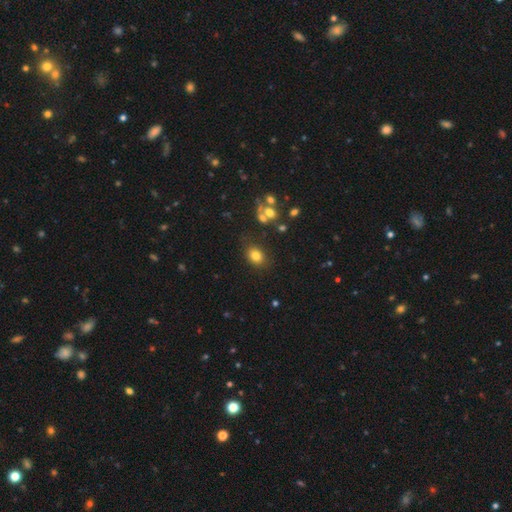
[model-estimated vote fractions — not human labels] smooth-or-featured: smooth: 78% | star or artifact: 13% | featured or disk: 9%
  how-rounded: in between: 53% | round: 46% | cigar-shaped: 1%
  merging: none: 79% | minor disturbance: 12% | merger: 5% | major disturbance: 4%